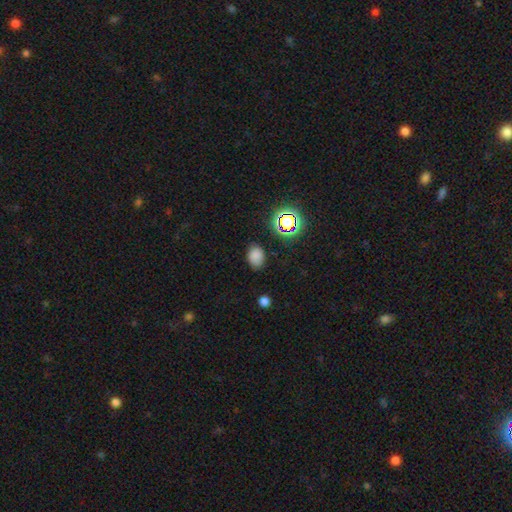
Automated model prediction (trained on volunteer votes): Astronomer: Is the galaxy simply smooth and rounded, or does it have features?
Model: smooth — 76%.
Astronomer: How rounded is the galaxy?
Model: in between — 71%.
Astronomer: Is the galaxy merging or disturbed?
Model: none — 80%.